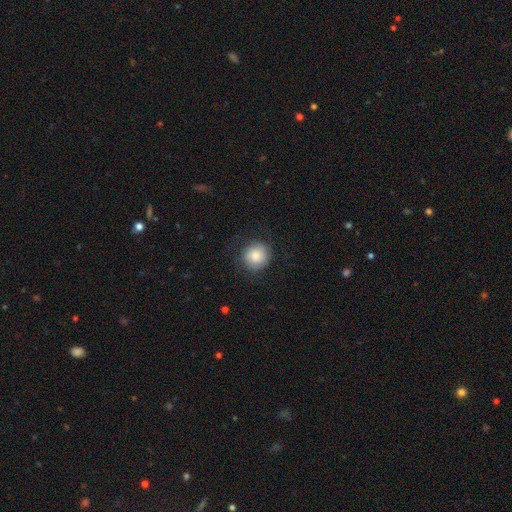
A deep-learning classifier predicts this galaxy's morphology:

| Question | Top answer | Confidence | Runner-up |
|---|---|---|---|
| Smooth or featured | smooth | 79% | featured or disk (13%) |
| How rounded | round | 90% | in between (9%) |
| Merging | none | 78% | minor disturbance (15%) |